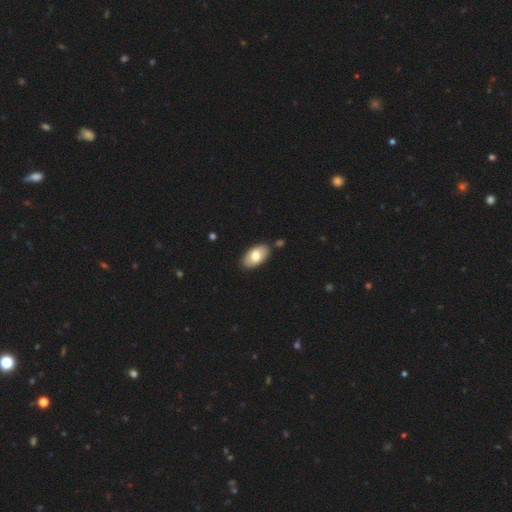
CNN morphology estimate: Overall: smooth (75%). How rounded: in between (95%). Merging: none (84%).